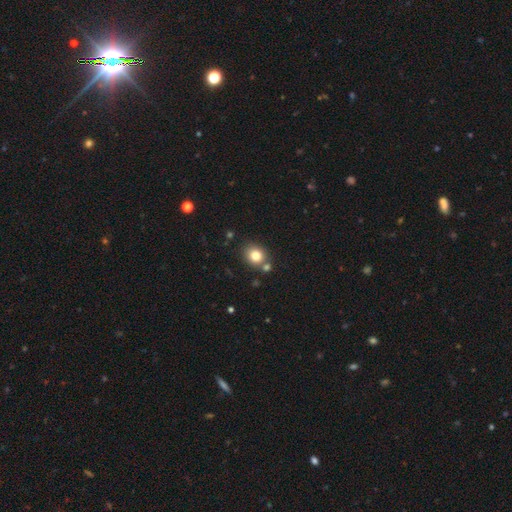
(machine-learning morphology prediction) Smooth or featured?
  - smooth: 80% *
  - star or artifact: 12%
  - featured or disk: 8%
How rounded?
  - round: 73% *
  - in between: 27%
  - cigar-shaped: 1%
Merging?
  - none: 73% *
  - merger: 15%
  - minor disturbance: 10%
  - major disturbance: 3%